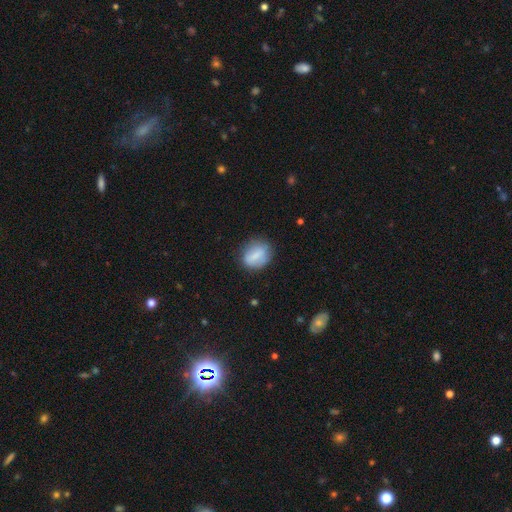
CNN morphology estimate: Overall: smooth (70%). How rounded: in between (53%; round 44%). Merging: none (76%).